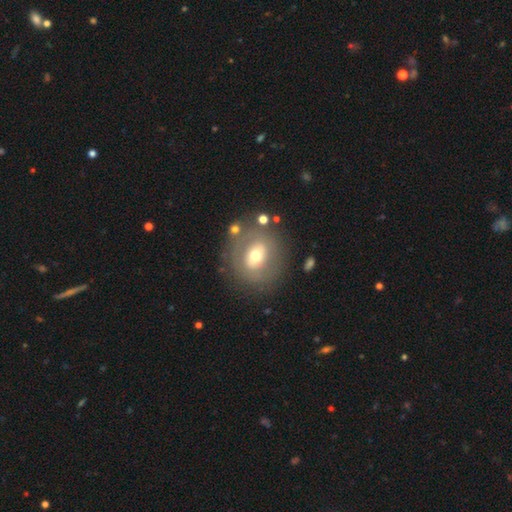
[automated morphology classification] Smooth or featured?
  - featured or disk: 45% *
  - smooth: 43%
  - star or artifact: 12%
Merging?
  - none: 77% *
  - minor disturbance: 13%
  - major disturbance: 6%
  - merger: 5%